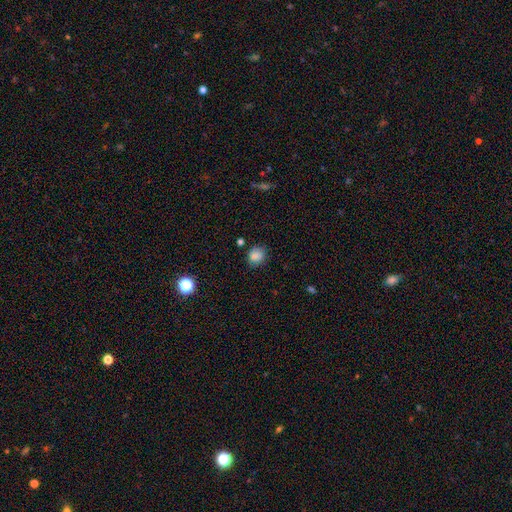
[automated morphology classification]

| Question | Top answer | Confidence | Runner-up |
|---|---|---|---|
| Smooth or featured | smooth | 84% | star or artifact (11%) |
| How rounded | round | 75% | in between (24%) |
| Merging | none | 79% | minor disturbance (15%) |